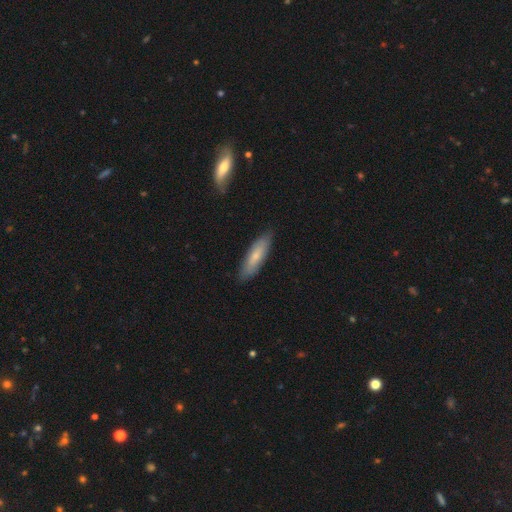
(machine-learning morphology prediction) Overall: smooth (71%). How rounded: cigar-shaped (57%; in between 41%). Merging: none (84%).